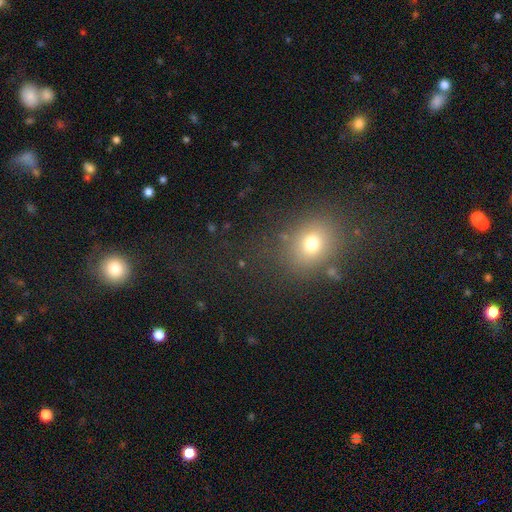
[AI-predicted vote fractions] The model was most divided on "smooth or featured": smooth: 58%, star or artifact: 33%, featured or disk: 10%. More confident: merging — none (76%); how rounded — round (65%).